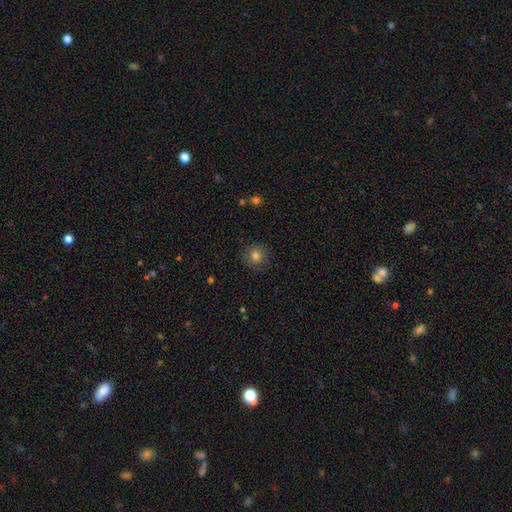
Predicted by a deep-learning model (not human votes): smooth-or-featured: smooth: 80% | star or artifact: 12% | featured or disk: 8%
  how-rounded: round: 90% | in between: 9% | cigar-shaped: 1%
  merging: none: 87% | minor disturbance: 9% | major disturbance: 3% | merger: 1%